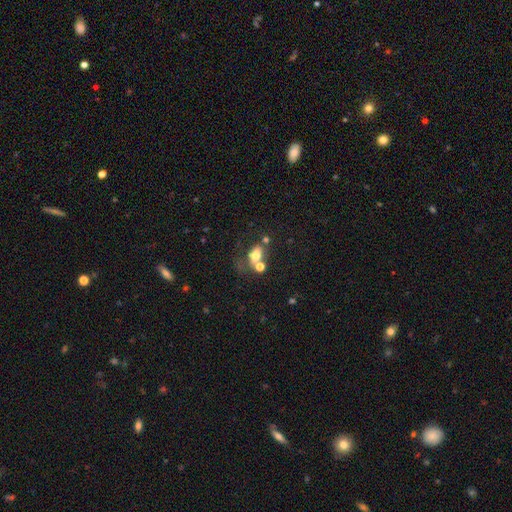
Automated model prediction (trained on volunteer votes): Morphology: type=smooth (66%); roundness=in between (73%); merging=none (37%, tied with merger).